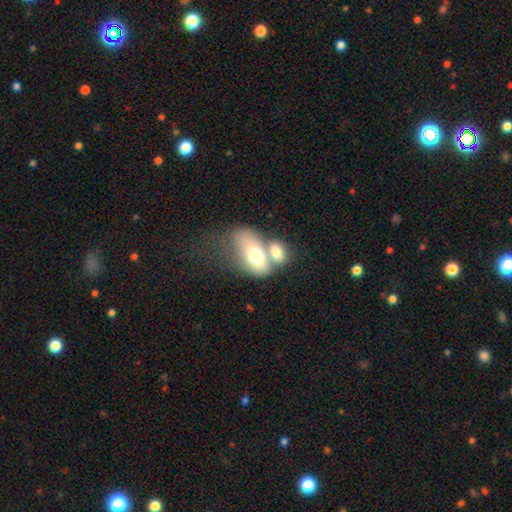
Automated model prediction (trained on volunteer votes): Smooth or featured?
  - smooth: 66% *
  - featured or disk: 27%
  - star or artifact: 7%
How rounded?
  - in between: 87% *
  - round: 10%
  - cigar-shaped: 3%
Merging?
  - merger: 63% *
  - none: 18%
  - minor disturbance: 10%
  - major disturbance: 9%